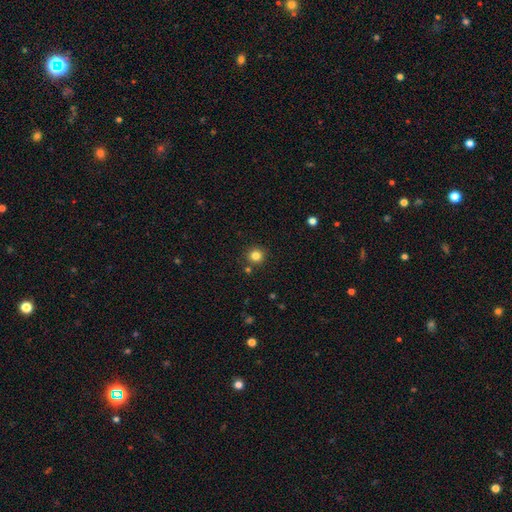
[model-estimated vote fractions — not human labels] This is clearly a smooth galaxy (82%). How rounded: clearly round (94%). Merging: clearly none (87%).